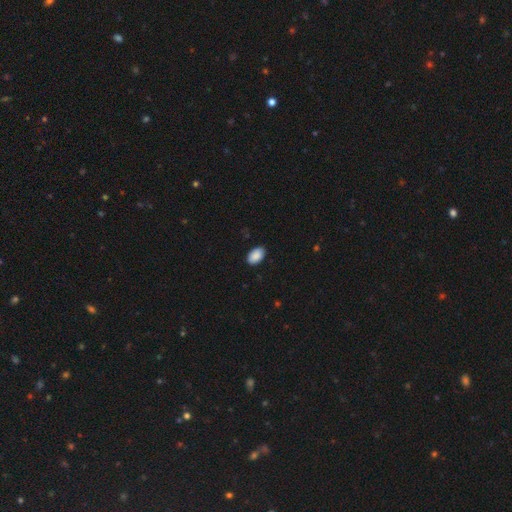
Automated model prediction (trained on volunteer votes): Morphology: type=smooth (90%); roundness=in between (93%); merging=none (87%).